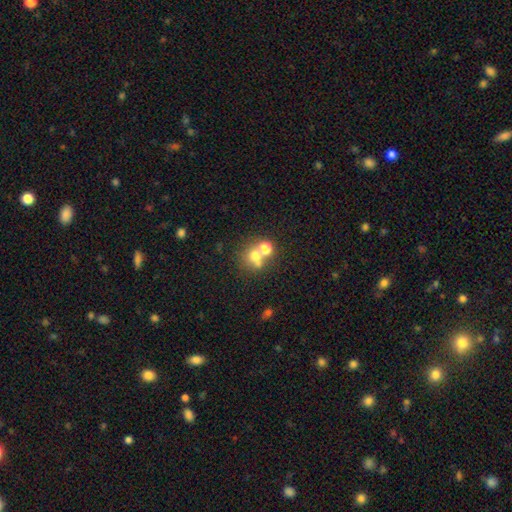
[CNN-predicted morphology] Smooth or featured?
  - smooth: 62% *
  - featured or disk: 20%
  - star or artifact: 18%
How rounded?
  - round: 80% *
  - in between: 19%
  - cigar-shaped: 1%
Merging?
  - merger: 47% *
  - none: 41%
  - minor disturbance: 7%
  - major disturbance: 5%